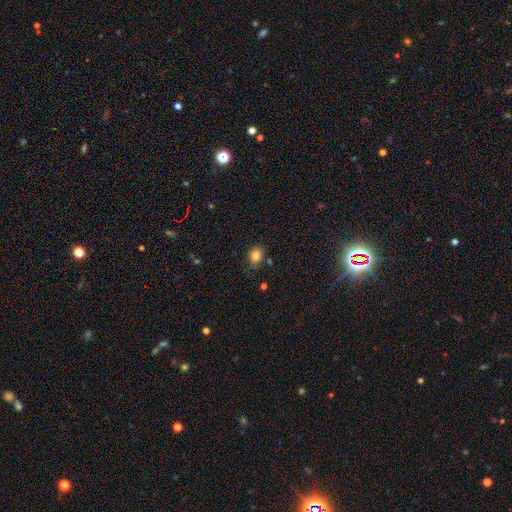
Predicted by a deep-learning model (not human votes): The model was most divided on "how rounded": in between: 50%, round: 49%, cigar-shaped: 1%. More confident: smooth or featured — smooth (81%); merging — none (74%).